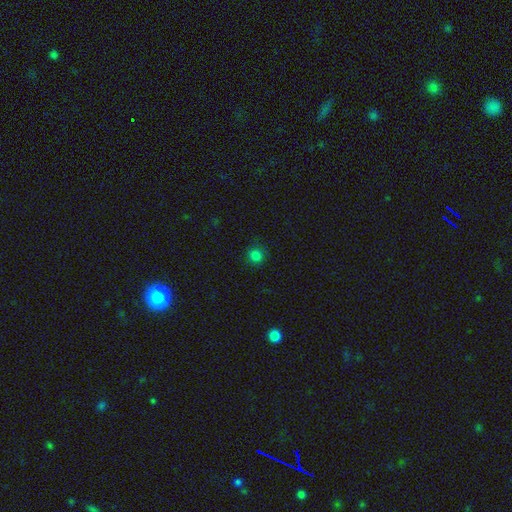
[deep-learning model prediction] Smooth or featured?
  - smooth: 81% *
  - star or artifact: 16%
  - featured or disk: 3%
How rounded?
  - round: 92% *
  - in between: 7%
  - cigar-shaped: 1%
Merging?
  - none: 89% *
  - minor disturbance: 8%
  - major disturbance: 2%
  - merger: 1%